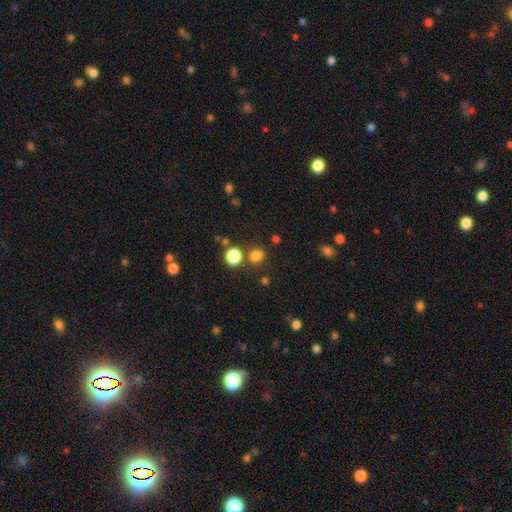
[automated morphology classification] Smooth or featured? smooth (77%)
How rounded? round (70%)
Merging? none (74%)